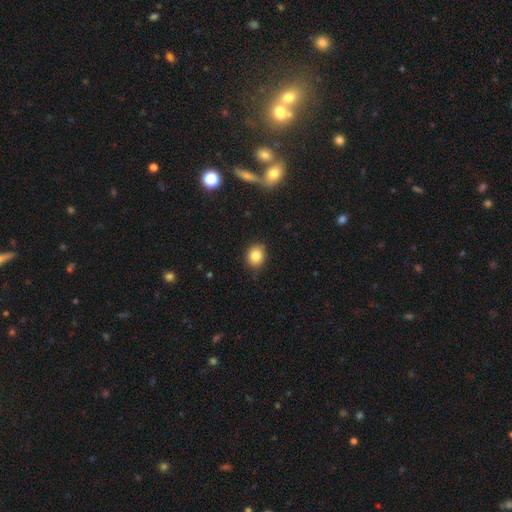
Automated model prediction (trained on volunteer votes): Smooth or featured? Predicted: smooth (p=0.84). How rounded? Predicted: round (p=0.71). Merging? Predicted: none (p=0.82).